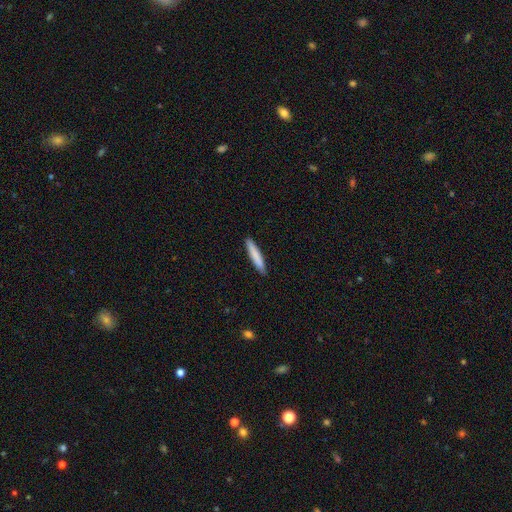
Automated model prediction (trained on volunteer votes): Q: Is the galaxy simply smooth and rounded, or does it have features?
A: smooth — 81%.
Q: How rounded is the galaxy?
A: cigar-shaped — 92%.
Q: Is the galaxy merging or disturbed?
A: none — 90%.